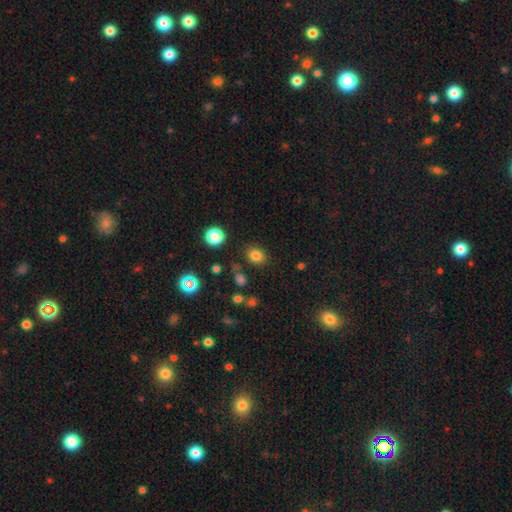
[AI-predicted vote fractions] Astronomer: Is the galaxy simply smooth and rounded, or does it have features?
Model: smooth — 80%.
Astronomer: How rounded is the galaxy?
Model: round — 50% (runner-up: in between, 49%).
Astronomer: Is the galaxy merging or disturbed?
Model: none — 82%.